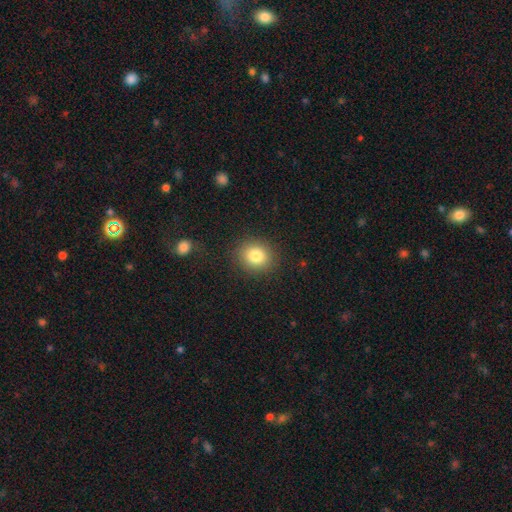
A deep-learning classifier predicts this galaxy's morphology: Smooth or featured: smooth — 82% (star or artifact — 11%)
How rounded: round — 79% (in between — 21%)
Merging: none — 88% (minor disturbance — 8%)